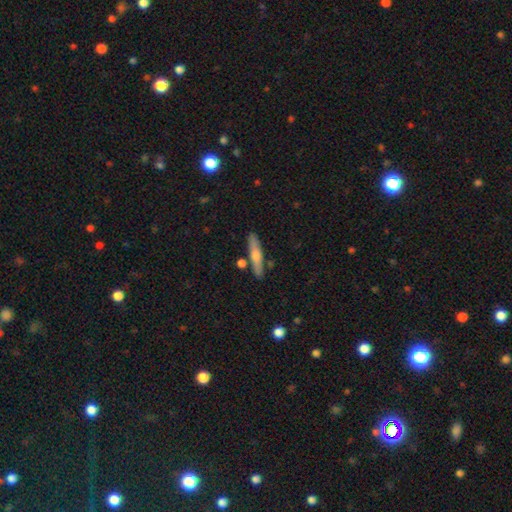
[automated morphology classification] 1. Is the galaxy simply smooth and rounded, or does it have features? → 64% smooth, 30% featured or disk, 6% star or artifact.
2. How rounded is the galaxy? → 87% cigar-shaped, 11% in between, 2% round.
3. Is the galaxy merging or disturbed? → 81% none, 10% minor disturbance, 6% merger, 2% major disturbance.